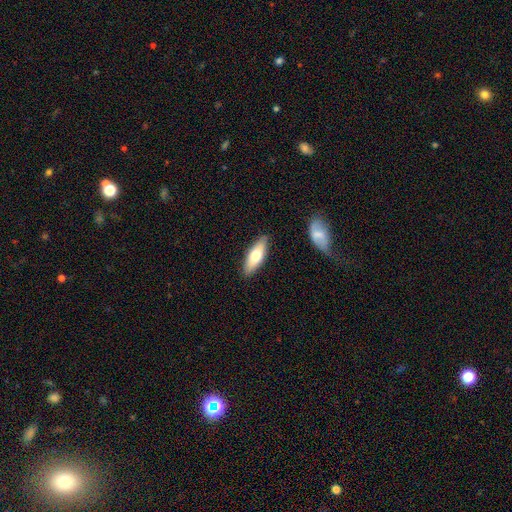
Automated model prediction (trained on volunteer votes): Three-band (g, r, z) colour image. It shows a smooth galaxy with no disk features (65%) that is in between round and cigar-shaped (64%). Merging: none (87%).